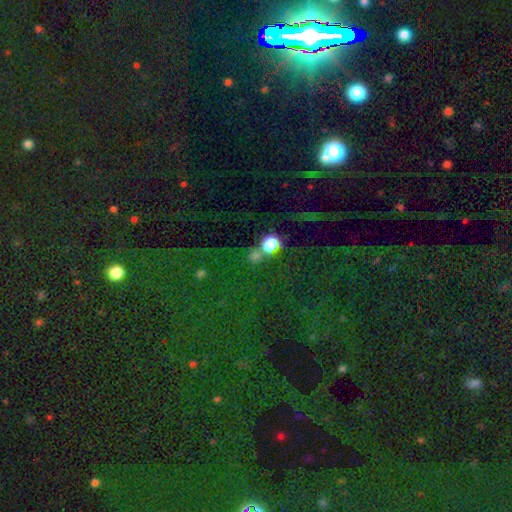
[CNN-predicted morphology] smooth_or_featured: smooth (p=0.61) [alt: star or artifact p=0.32]
how_rounded: round (p=0.87) [alt: in between p=0.11]
merging: none (p=0.64) [alt: merger p=0.22]